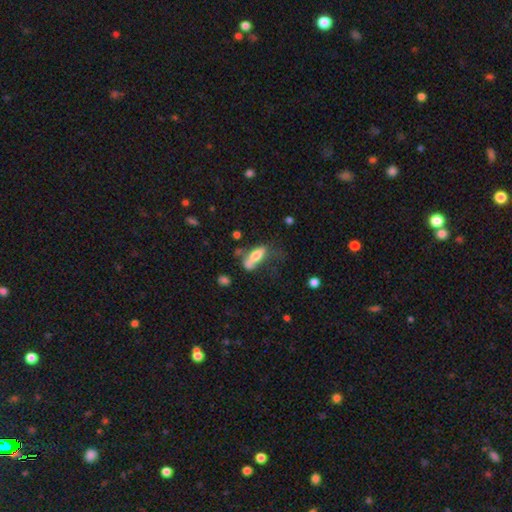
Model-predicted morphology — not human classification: smooth_or_featured: smooth (p=0.62) [alt: featured or disk p=0.30]
how_rounded: in between (p=0.66) [alt: cigar-shaped p=0.31]
merging: none (p=0.29) [alt: merger p=0.25]